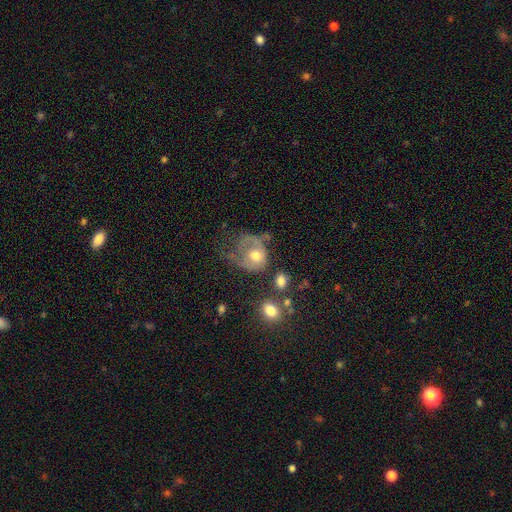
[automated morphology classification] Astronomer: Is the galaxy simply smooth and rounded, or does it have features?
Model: featured or disk — 46%, tied with smooth at 46%.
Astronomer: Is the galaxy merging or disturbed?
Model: major disturbance — 50%.